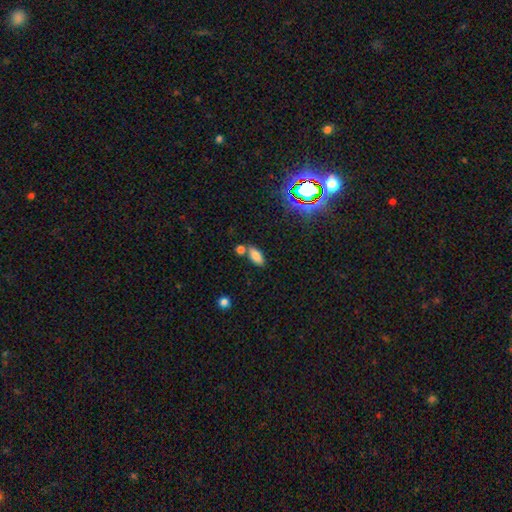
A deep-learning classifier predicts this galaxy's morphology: Smooth or featured? smooth (79%)
How rounded? in between (87%)
Merging? none (63%)